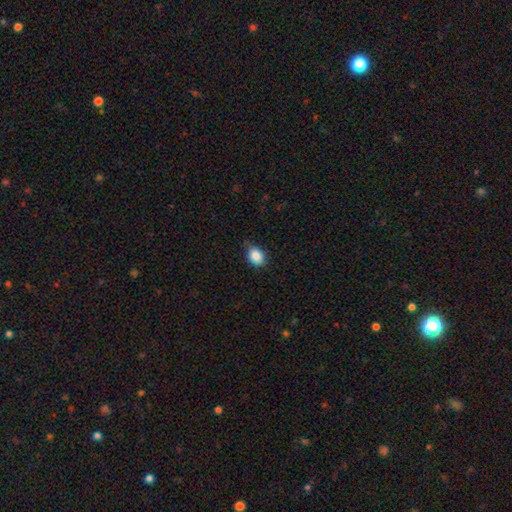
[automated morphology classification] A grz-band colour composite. It shows a smooth galaxy with no disk features (86%) that is in between round and cigar-shaped (61%). Merging: none (71%).